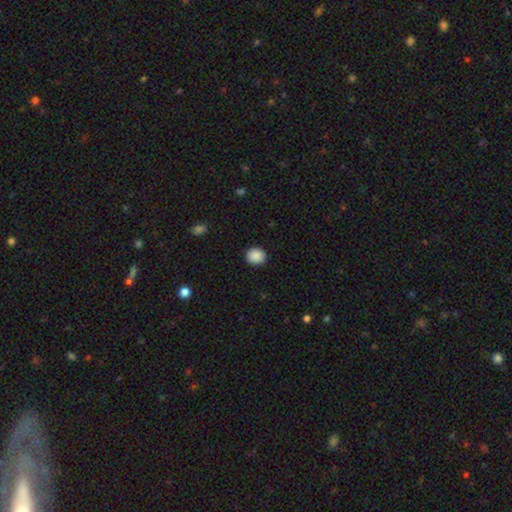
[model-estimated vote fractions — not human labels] Smooth or featured: smooth — 89% (star or artifact — 8%)
How rounded: round — 80% (in between — 20%)
Merging: none — 90% (minor disturbance — 7%)